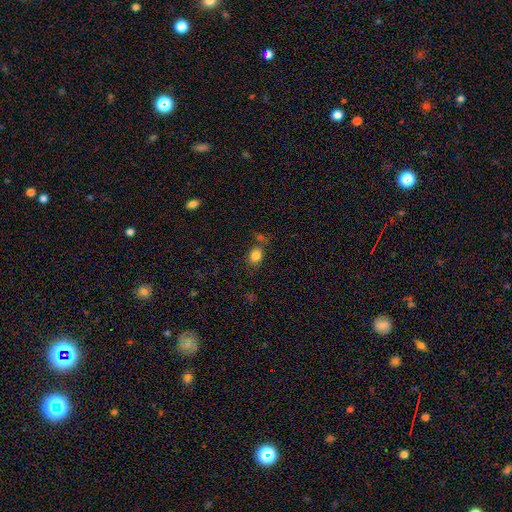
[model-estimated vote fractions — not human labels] smooth_or_featured: smooth (p=0.82) [alt: star or artifact p=0.11]
how_rounded: round (p=0.54) [alt: in between p=0.45]
merging: none (p=0.66) [alt: minor disturbance p=0.15]